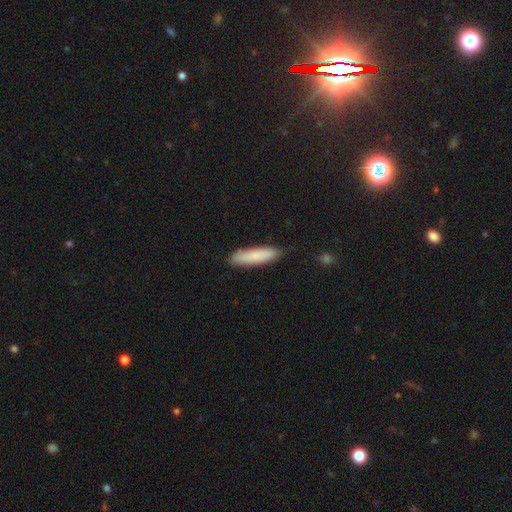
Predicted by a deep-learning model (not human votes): Q: Smooth or featured?
A: smooth (82%); runner-up: featured or disk (12%)
Q: How rounded?
A: cigar-shaped (71%); runner-up: in between (28%)
Q: Merging?
A: none (83%); runner-up: minor disturbance (13%)